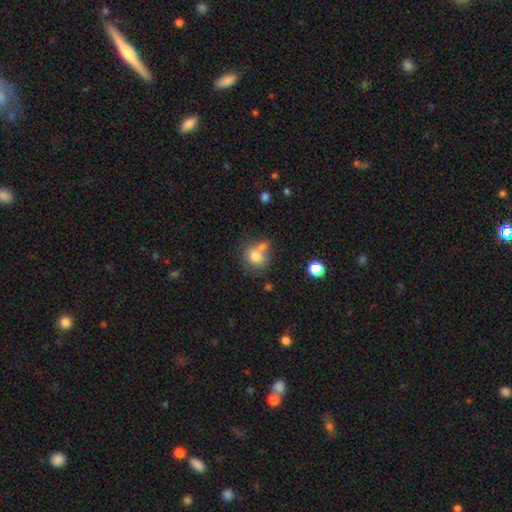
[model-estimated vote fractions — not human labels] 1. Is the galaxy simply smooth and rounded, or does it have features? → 76% smooth, 14% featured or disk, 10% star or artifact.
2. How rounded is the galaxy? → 75% round, 25% in between, 1% cigar-shaped.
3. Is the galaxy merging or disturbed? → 43% none, 35% merger, 15% minor disturbance, 7% major disturbance.